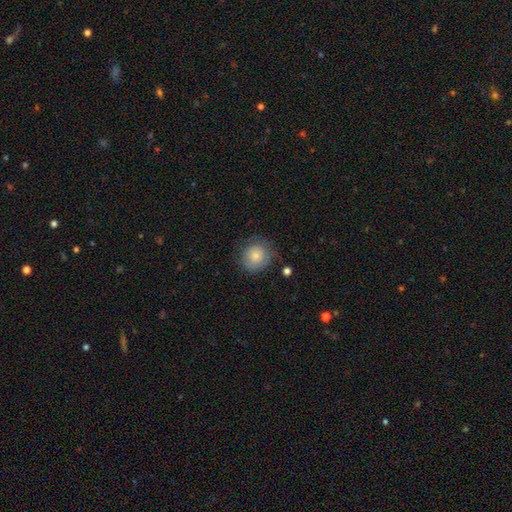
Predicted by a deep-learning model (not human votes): A smooth galaxy with no disk features (75%) that is round (88%). Merging: none (72%).